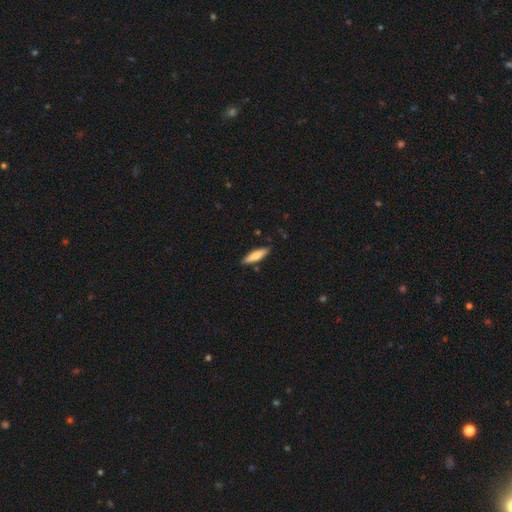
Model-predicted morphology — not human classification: smooth-or-featured: smooth: 76% | featured or disk: 18% | star or artifact: 5%
  how-rounded: cigar-shaped: 68% | in between: 30% | round: 1%
  merging: none: 86% | minor disturbance: 10% | major disturbance: 2% | merger: 2%